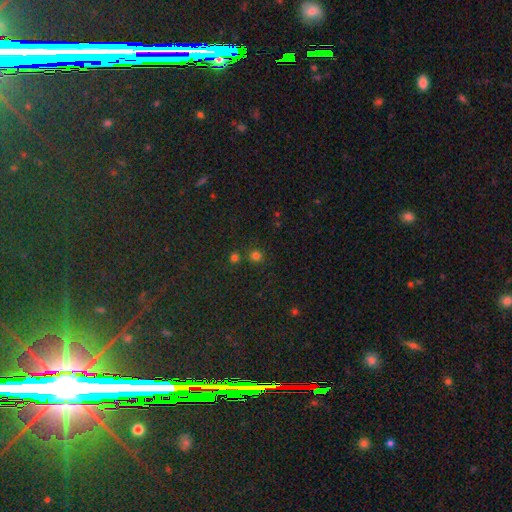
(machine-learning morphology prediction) A smooth galaxy with no disk features (75%) that is round (90%).

Vote fractions:
- Smooth or featured? smooth: 75% / star or artifact: 20% / featured or disk: 5%
- How rounded? round: 90% / in between: 9% / cigar-shaped: 1%
- Merging? none: 77% / merger: 13% / minor disturbance: 7% / major disturbance: 3%